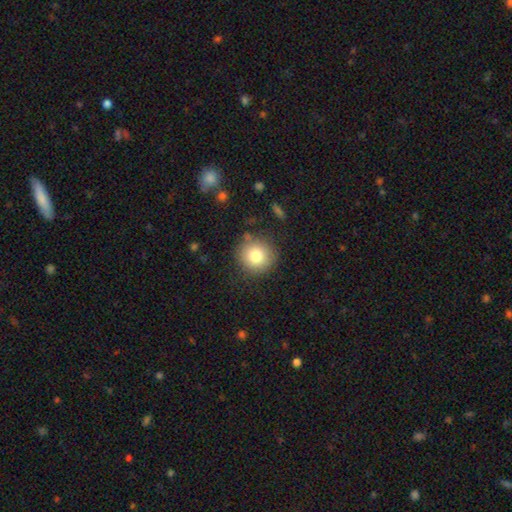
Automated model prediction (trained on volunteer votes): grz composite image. It shows a smooth galaxy with no disk features (80%) that is round (93%). Merging: none (84%).